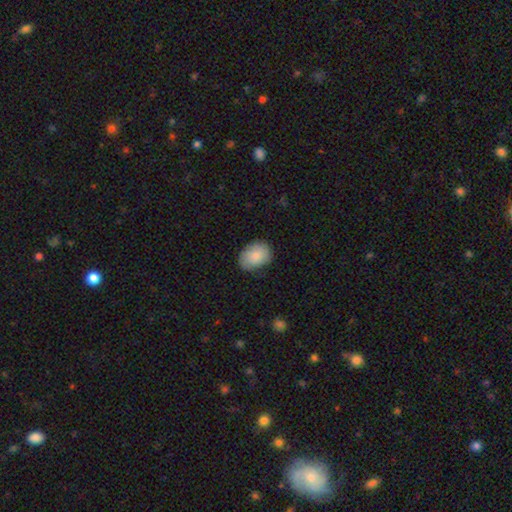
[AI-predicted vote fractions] Overall: smooth (83%). How rounded: in between (67%; round 32%). Merging: none (74%).